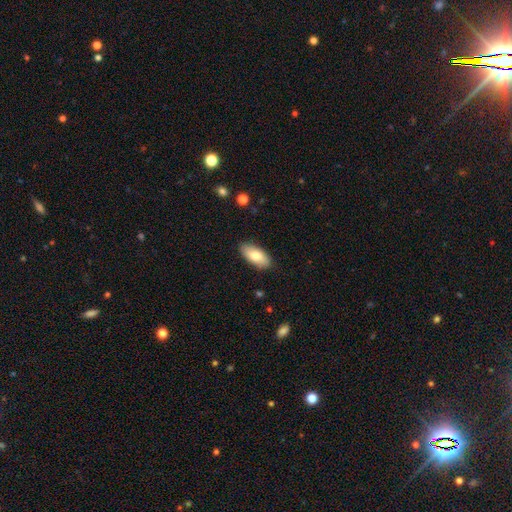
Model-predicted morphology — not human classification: Q: Smooth or featured?
A: smooth (77%); runner-up: featured or disk (17%)
Q: How rounded?
A: in between (91%); runner-up: cigar-shaped (7%)
Q: Merging?
A: none (87%); runner-up: minor disturbance (10%)